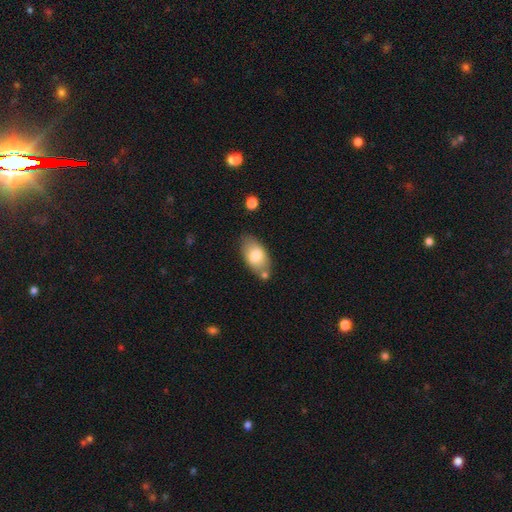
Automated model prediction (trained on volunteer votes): smooth_or_featured: smooth (p=0.76) [alt: featured or disk p=0.18]
how_rounded: in between (p=0.93) [alt: round p=0.04]
merging: none (p=0.68) [alt: minor disturbance p=0.17]